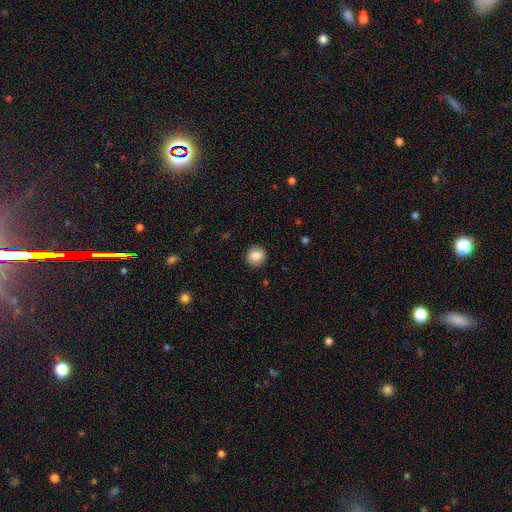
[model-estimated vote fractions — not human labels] smooth 87%, star or artifact 8%, featured or disk 5%. Down the decision tree: how rounded — round (91%); merging — none (91%).